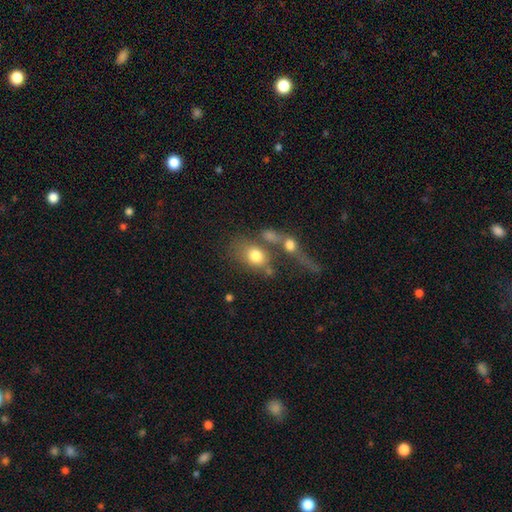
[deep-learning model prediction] A smooth galaxy with no disk features (73%) that is in between round and cigar-shaped (62%).

Vote fractions:
- Smooth or featured? smooth: 73% / featured or disk: 17% / star or artifact: 11%
- How rounded? in between: 62% / round: 35% / cigar-shaped: 3%
- Merging? merger: 44% / none: 30% / major disturbance: 15% / minor disturbance: 11%